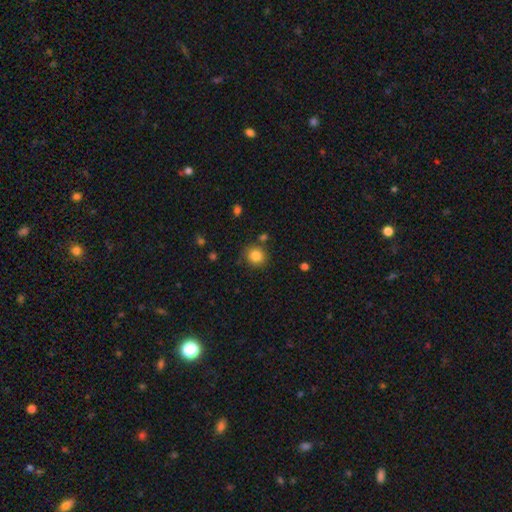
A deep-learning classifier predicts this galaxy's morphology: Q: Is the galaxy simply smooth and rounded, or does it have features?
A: smooth — 84%.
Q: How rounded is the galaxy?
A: round — 89%.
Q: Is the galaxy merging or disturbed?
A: none — 82%.